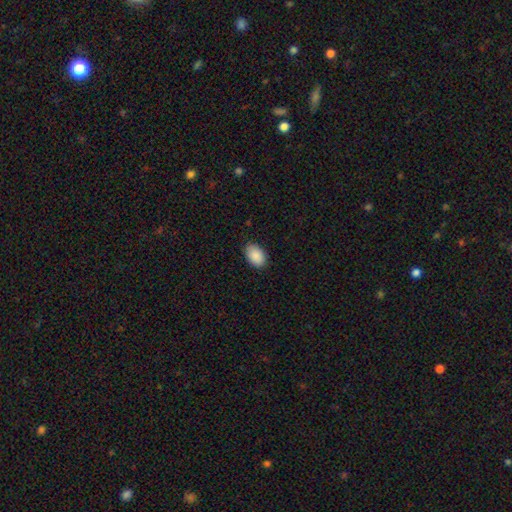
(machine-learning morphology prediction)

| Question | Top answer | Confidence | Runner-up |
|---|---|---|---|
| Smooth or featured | smooth | 90% | star or artifact (7%) |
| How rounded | in between | 90% | round (9%) |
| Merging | none | 85% | minor disturbance (12%) |